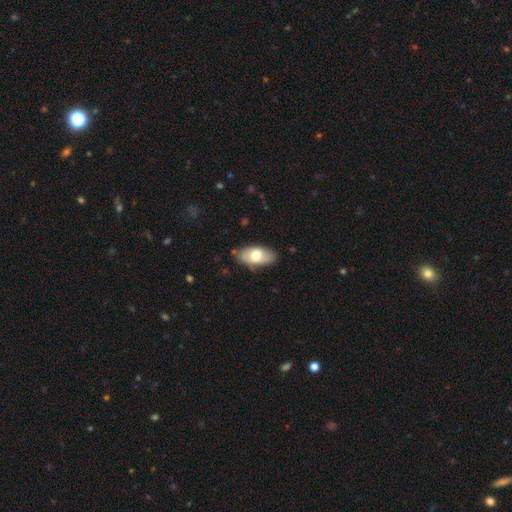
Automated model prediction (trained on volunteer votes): smooth_or_featured: smooth (p=0.68) [alt: featured or disk p=0.26]
how_rounded: in between (p=0.94) [alt: cigar-shaped p=0.03]
merging: none (p=0.81) [alt: minor disturbance p=0.15]